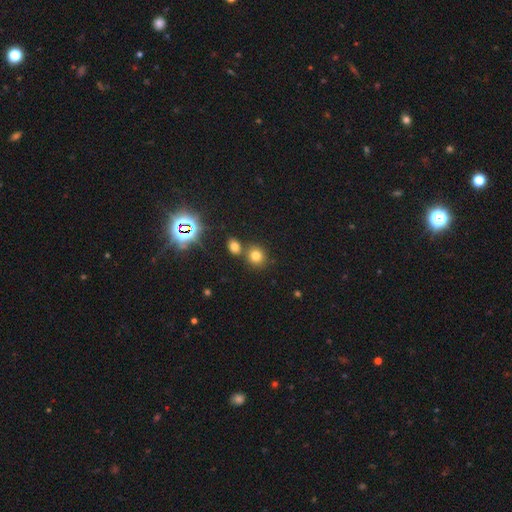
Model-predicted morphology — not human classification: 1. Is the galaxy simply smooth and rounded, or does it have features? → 73% smooth, 19% star or artifact, 8% featured or disk.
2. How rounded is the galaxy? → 80% round, 19% in between, 1% cigar-shaped.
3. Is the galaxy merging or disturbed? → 65% none, 25% merger, 8% minor disturbance, 3% major disturbance.